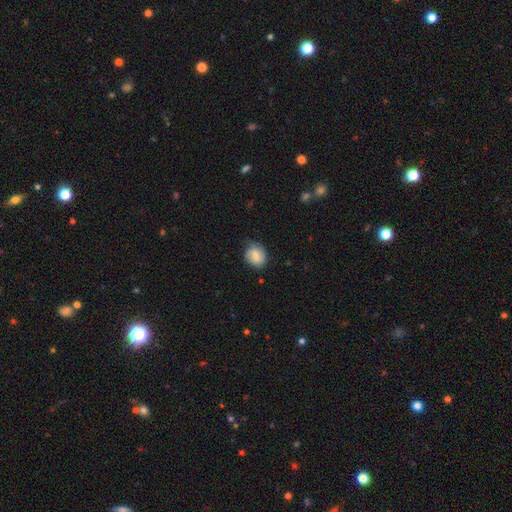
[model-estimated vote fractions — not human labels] A smooth galaxy with no disk features (57%) that is round (63%).

Vote fractions:
- Smooth or featured? smooth: 57% / featured or disk: 35% / star or artifact: 8%
- How rounded? round: 63% / in between: 36% / cigar-shaped: 1%
- Merging? none: 68% / minor disturbance: 25% / major disturbance: 6% / merger: 1%